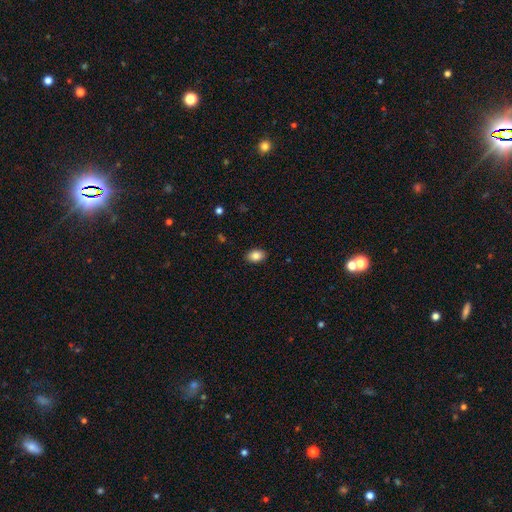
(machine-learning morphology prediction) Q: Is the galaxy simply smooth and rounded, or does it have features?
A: smooth — 85%.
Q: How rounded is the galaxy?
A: in between — 82%.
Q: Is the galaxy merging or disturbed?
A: none — 89%.